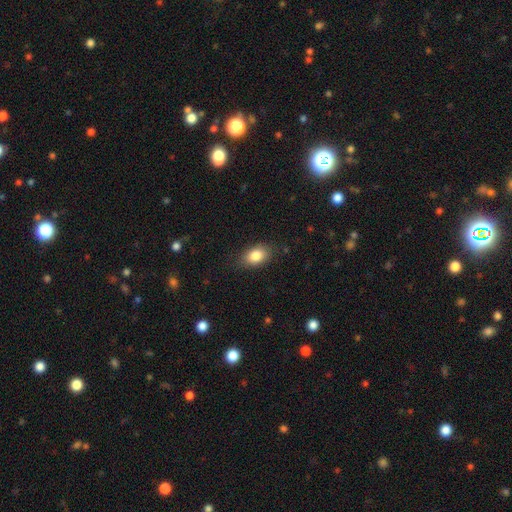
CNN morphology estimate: Smooth or featured?
  - smooth: 84% *
  - star or artifact: 8%
  - featured or disk: 8%
How rounded?
  - in between: 83% *
  - round: 15%
  - cigar-shaped: 2%
Merging?
  - none: 81% *
  - minor disturbance: 15%
  - major disturbance: 3%
  - merger: 1%